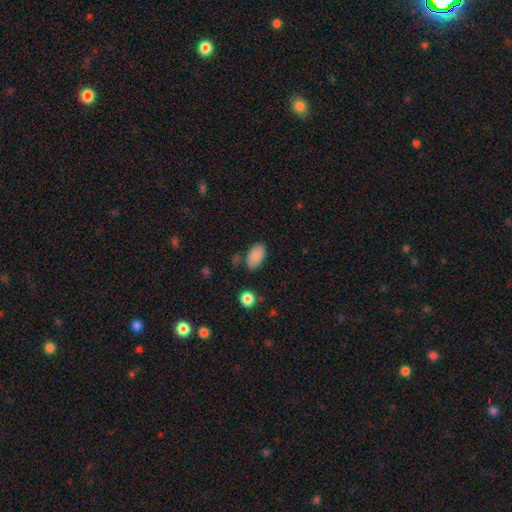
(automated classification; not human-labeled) Morphology: type=smooth (87%); roundness=in between (93%); merging=none (77%).